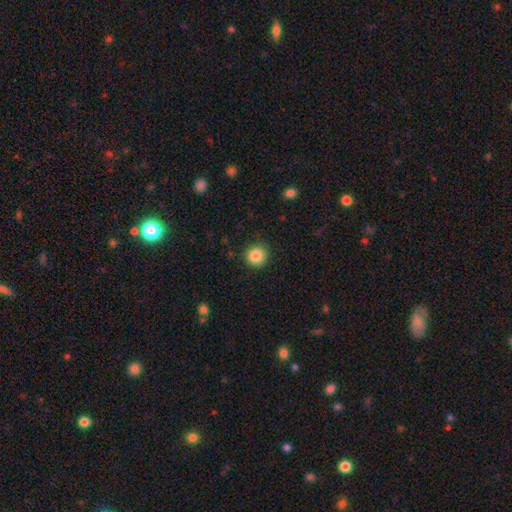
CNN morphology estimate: This appears to be a smooth galaxy with no disk features (86%) that is round (91%). Merging: none (89%).